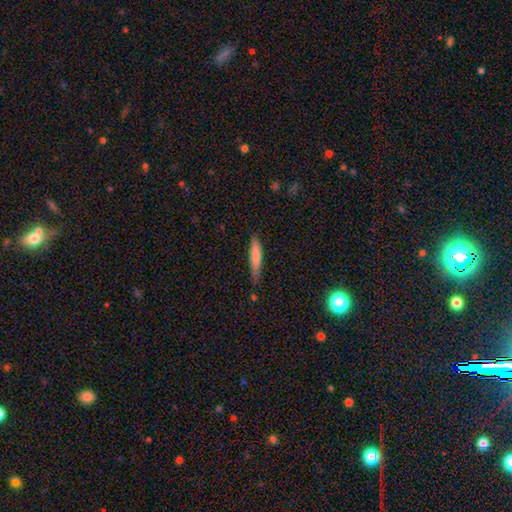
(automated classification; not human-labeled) Smooth or featured: smooth — 73% (featured or disk — 21%)
How rounded: cigar-shaped — 90% (in between — 9%)
Merging: none — 72% (minor disturbance — 22%)